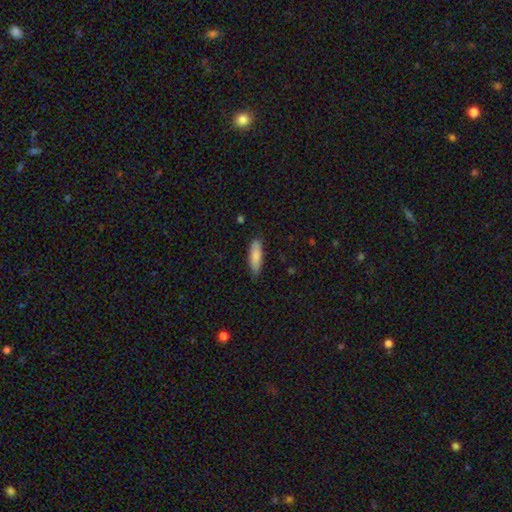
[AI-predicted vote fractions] smooth-or-featured: smooth: 85% | featured or disk: 10% | star or artifact: 6%
  how-rounded: cigar-shaped: 52% | in between: 46% | round: 2%
  merging: none: 84% | minor disturbance: 12% | major disturbance: 2% | merger: 1%